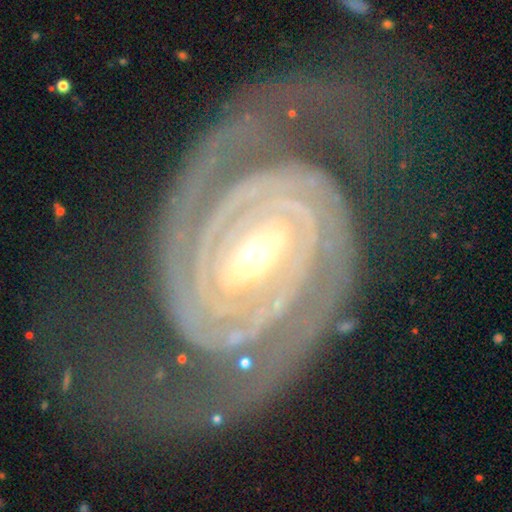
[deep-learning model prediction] smooth_or_featured: featured or disk (p=0.94) [alt: star or artifact p=0.04]
disk_edge_on: no (p=0.97) [alt: yes p=0.03]
bar: strong (p=0.49) [alt: weak p=0.35]
has_spiral_arms: yes (p=0.99) [alt: no p=0.01]
spiral_winding: tight (p=0.76) [alt: medium p=0.21]
spiral_arm_count: 2 (p=0.85) [alt: 3 p=0.05]
bulge_size: small (p=0.56) [alt: moderate p=0.40]
merging: none (p=0.73) [alt: minor disturbance p=0.14]